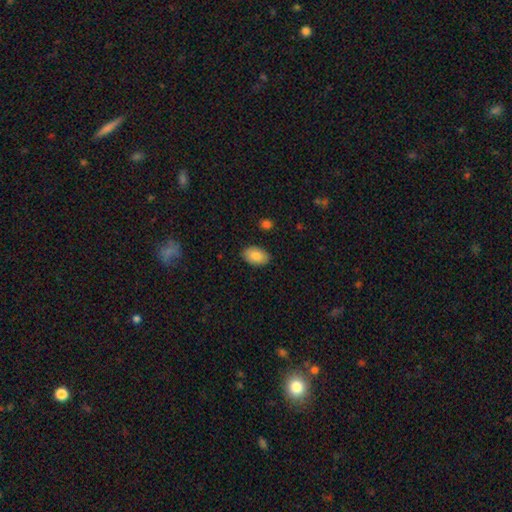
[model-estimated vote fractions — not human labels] Q: Smooth or featured?
A: smooth (85%); runner-up: featured or disk (9%)
Q: How rounded?
A: in between (92%); runner-up: round (7%)
Q: Merging?
A: none (86%); runner-up: minor disturbance (10%)